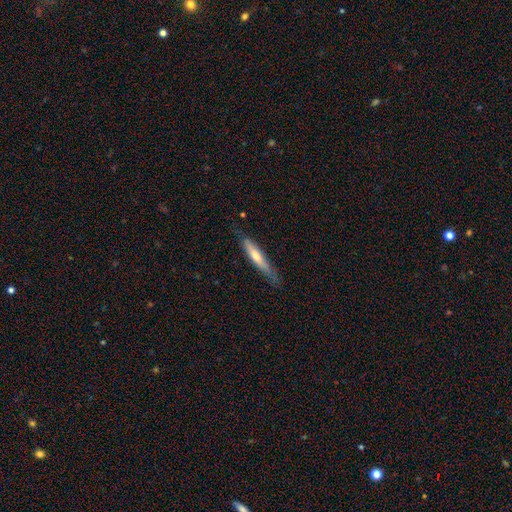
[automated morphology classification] Smooth or featured? featured or disk (48%)
Merging? none (72%)